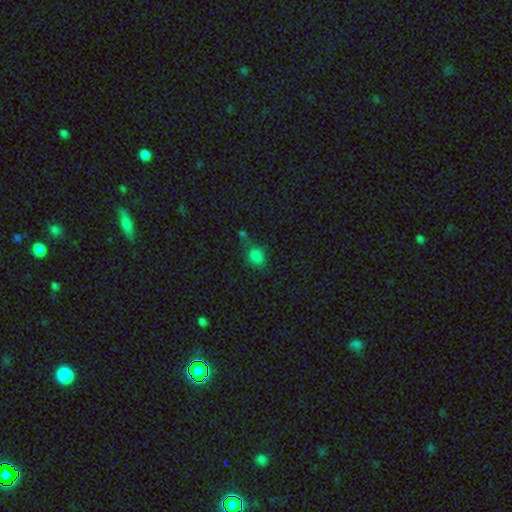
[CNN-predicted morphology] smooth 72%, star or artifact 22%, featured or disk 6%. Down the decision tree: how rounded — in between (60%); merging — none (47%).